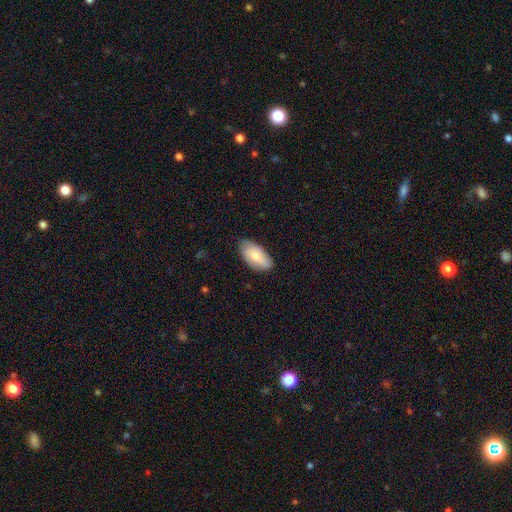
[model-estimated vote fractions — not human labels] smooth-or-featured: smooth: 74% | featured or disk: 20% | star or artifact: 6%
  how-rounded: in between: 93% | cigar-shaped: 5% | round: 2%
  merging: none: 77% | minor disturbance: 19% | major disturbance: 3% | merger: 1%